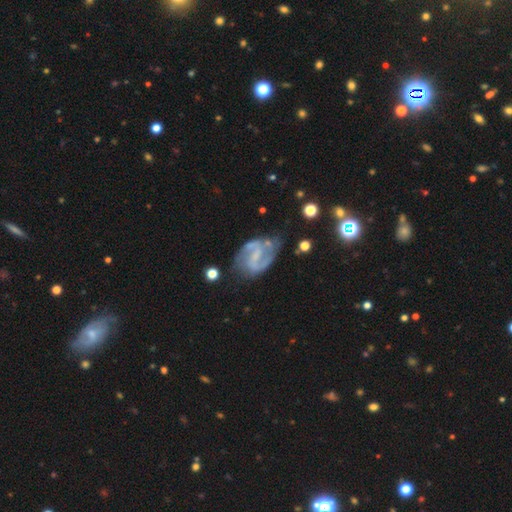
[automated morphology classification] Overall: featured or disk (87%). Edge-on disk: no (98%). Bar: weak (47%; strong 33%). Spiral arms: yes (95%). Spiral arm count: 2 (90%). Spiral winding: medium (52%; loose 31%). Bulge size: none (44%; small 42%). Merging: none (67%).